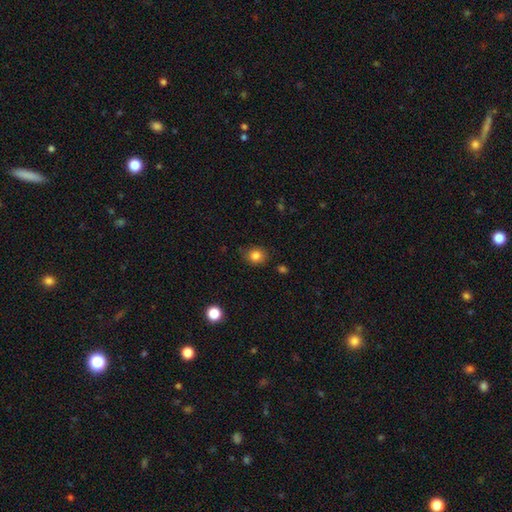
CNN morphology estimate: This appears to be a smooth galaxy with no disk features (83%) that is round (69%). Merging: none (80%).